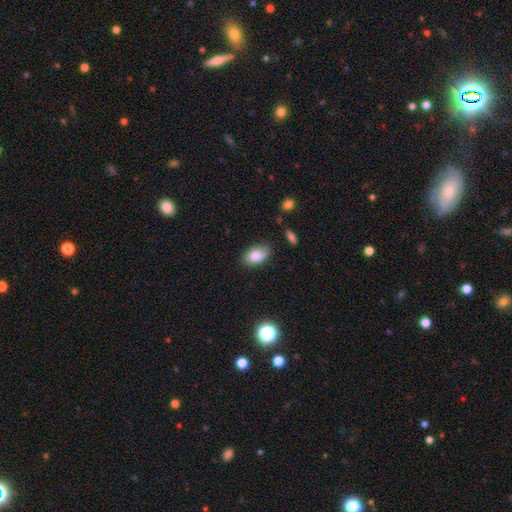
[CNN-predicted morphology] This is clearly a smooth galaxy (83%). How rounded: clearly in between (91%). Merging: likely none (80%).